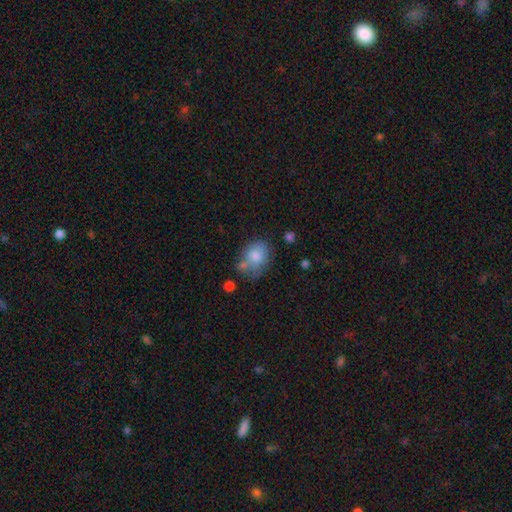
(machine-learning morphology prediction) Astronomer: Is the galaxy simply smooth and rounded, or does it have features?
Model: smooth — 78%.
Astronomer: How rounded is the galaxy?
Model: in between — 58% (runner-up: round, 41%).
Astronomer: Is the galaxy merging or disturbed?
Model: none — 45% (runner-up: minor disturbance, 26%).